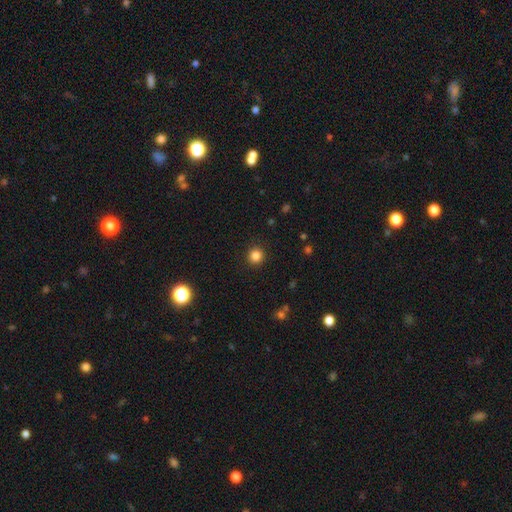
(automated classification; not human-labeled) Q: Smooth or featured?
A: smooth (83%); runner-up: star or artifact (13%)
Q: How rounded?
A: round (94%); runner-up: in between (5%)
Q: Merging?
A: none (92%); runner-up: minor disturbance (5%)